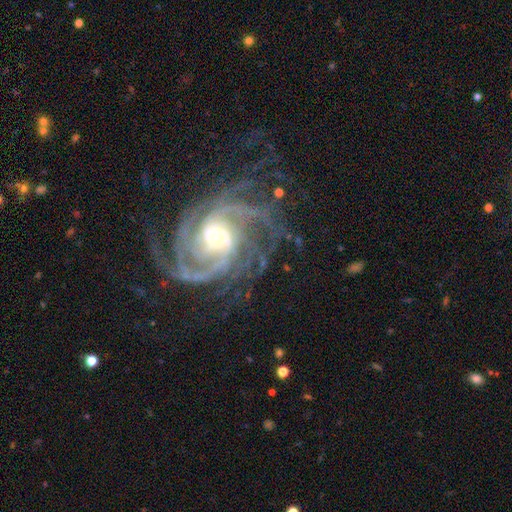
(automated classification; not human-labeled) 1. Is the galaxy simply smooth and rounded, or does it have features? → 92% featured or disk, 5% star or artifact, 3% smooth.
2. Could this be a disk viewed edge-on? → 98% no, 2% yes.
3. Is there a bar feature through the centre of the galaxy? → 56% no, 31% weak, 13% strong.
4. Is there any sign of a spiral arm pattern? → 99% yes, 1% no.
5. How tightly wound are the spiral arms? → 57% tight, 37% medium, 7% loose.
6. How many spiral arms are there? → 31% 3, 22% 2, 16% 4, 14% can't tell, 9% more than 4, 8% 1.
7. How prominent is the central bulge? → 56% moderate, 27% small, 14% large, 2% none, 1% dominant.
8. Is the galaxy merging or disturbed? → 68% none, 17% minor disturbance, 13% major disturbance, 2% merger.